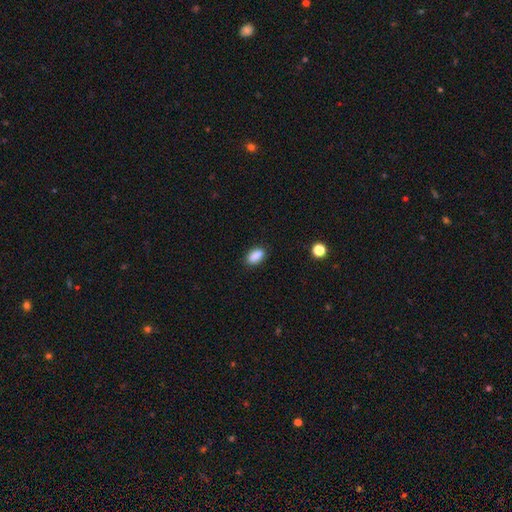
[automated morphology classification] Smooth or featured: smooth — 87% (star or artifact — 9%)
How rounded: in between — 88% (round — 7%)
Merging: none — 85% (minor disturbance — 11%)